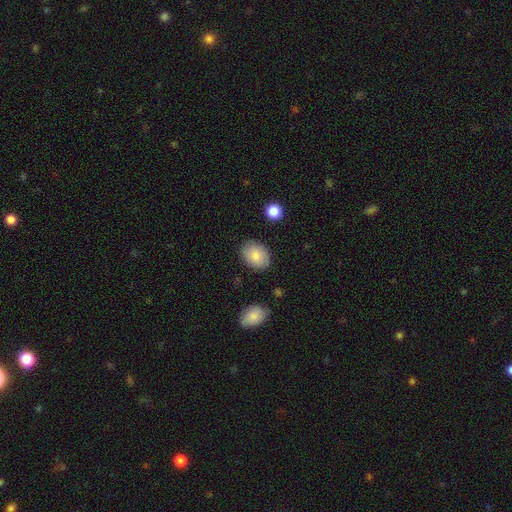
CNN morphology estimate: smooth 83%, featured or disk 10%, star or artifact 7%. Down the decision tree: how rounded — in between (73%); merging — none (84%).